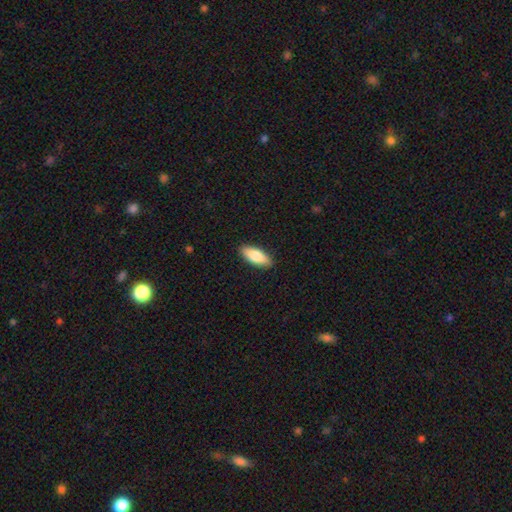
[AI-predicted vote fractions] This appears to be a smooth galaxy with no disk features (83%) that is in between round and cigar-shaped (79%). Merging: none (89%).